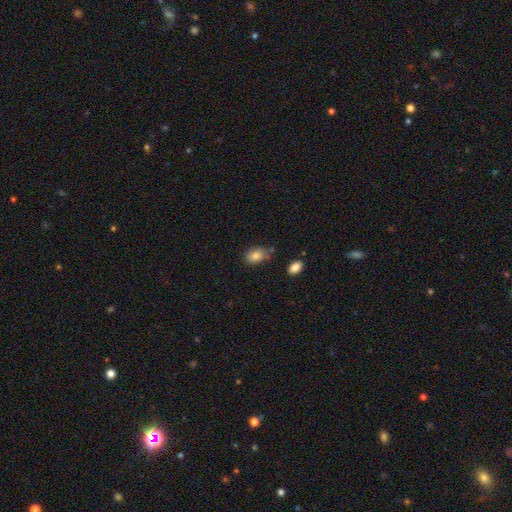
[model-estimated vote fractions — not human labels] Smooth or featured? Predicted: smooth (p=0.83). How rounded? Predicted: in between (p=0.81). Merging? Predicted: none (p=0.69).